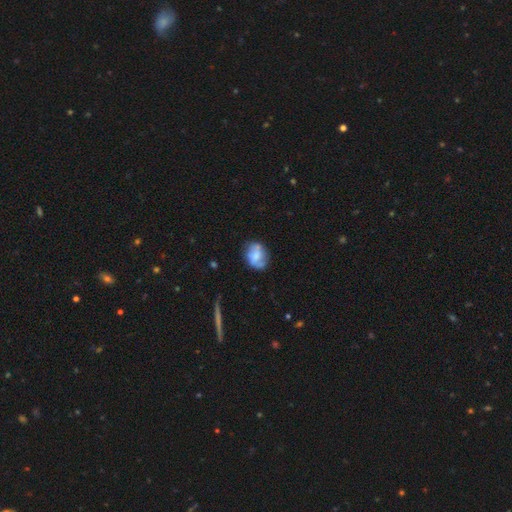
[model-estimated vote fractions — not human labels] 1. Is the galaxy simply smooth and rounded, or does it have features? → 54% smooth, 38% featured or disk, 8% star or artifact.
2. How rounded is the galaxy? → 55% in between, 44% round, 1% cigar-shaped.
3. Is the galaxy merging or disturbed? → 62% none, 26% minor disturbance, 9% major disturbance, 3% merger.